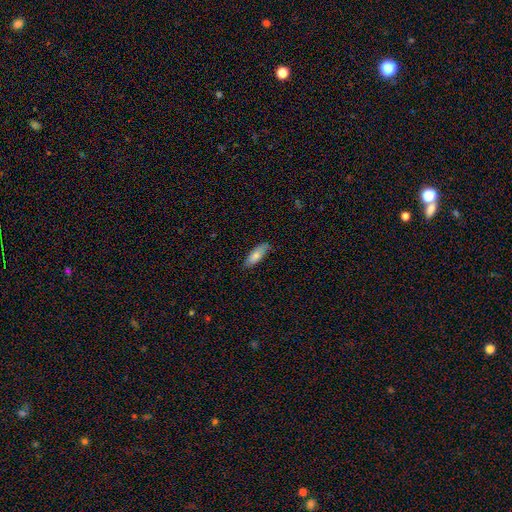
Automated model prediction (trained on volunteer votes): This is likely a smooth galaxy (77%). How rounded: likely in between (64%). Merging: likely none (78%).